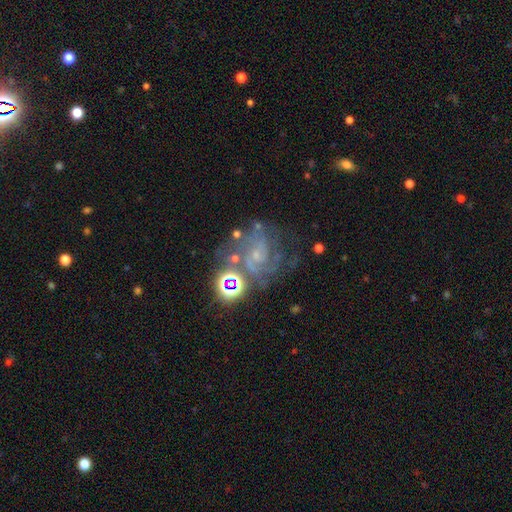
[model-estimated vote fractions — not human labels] smooth-or-featured: featured or disk: 74% | star or artifact: 17% | smooth: 9%
  disk-edge-on: no: 98% | yes: 2%
    bar: no: 61% | weak: 31% | strong: 8%
    has-spiral-arms: yes: 94% | no: 6%
      spiral-winding: tight: 47% | medium: 43% | loose: 11%
      spiral-arm-count: 2: 34% | can't tell: 26% | 3: 22% | 4: 7% | 1: 5% | more than 4: 5%
    bulge-size: small: 71% | moderate: 16% | none: 10% | large: 2% | dominant: 1%
  merging: none: 51% | minor disturbance: 20% | major disturbance: 20% | merger: 9%